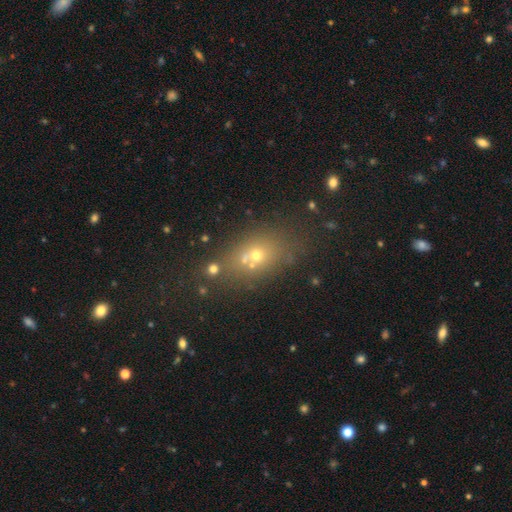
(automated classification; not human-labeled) This appears to be a smooth galaxy with no disk features (51%) that is in between round and cigar-shaped (56%). Merging: none (54%).